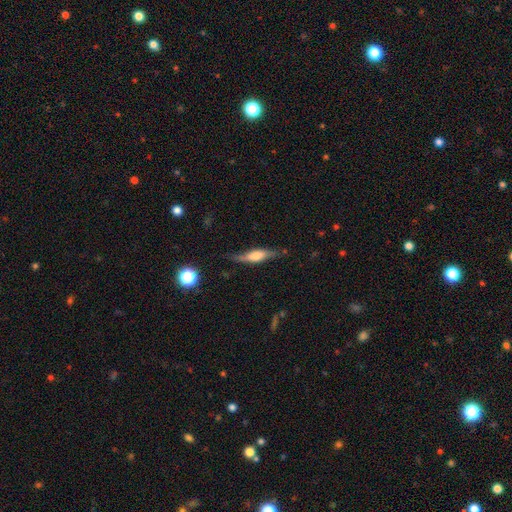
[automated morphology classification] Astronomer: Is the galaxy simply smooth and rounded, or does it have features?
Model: featured or disk — 57% (runner-up: smooth, 36%).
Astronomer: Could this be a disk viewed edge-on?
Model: yes — 85%.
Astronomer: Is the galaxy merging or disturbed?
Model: none — 68%.